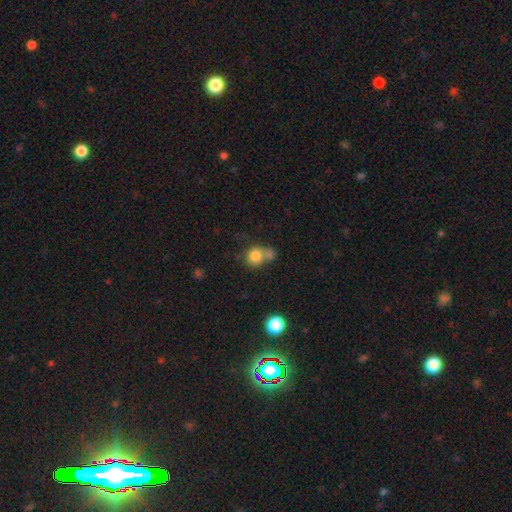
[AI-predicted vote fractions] A smooth galaxy with no disk features (80%) that is round (81%).

Vote fractions:
- Smooth or featured? smooth: 80% / star or artifact: 11% / featured or disk: 9%
- How rounded? round: 81% / in between: 18% / cigar-shaped: 1%
- Merging? merger: 43% / none: 40% / minor disturbance: 11% / major disturbance: 6%